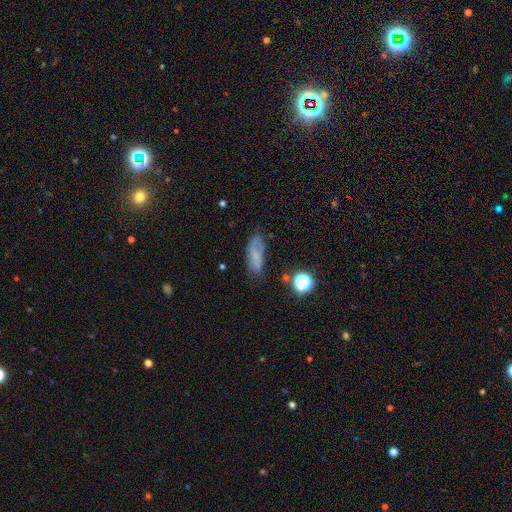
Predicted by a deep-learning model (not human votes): Morphology: type=smooth (58%); roundness=in between (72%); merging=none (56%).